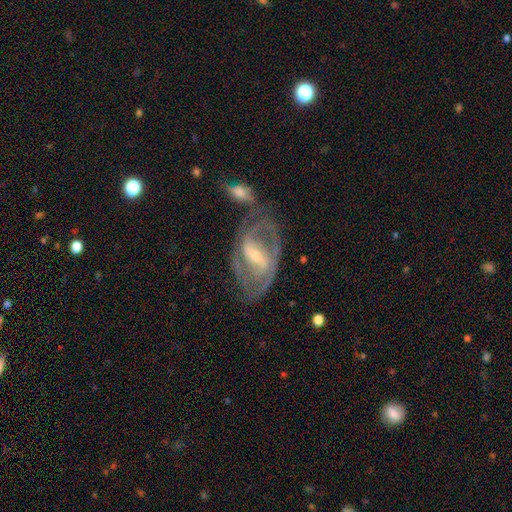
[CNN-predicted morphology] A featured or disk galaxy (84%) with a strong bar (48%), 2 (62%) medium (46%) spiral arms (88%) and a small central bulge (59%).

Vote fractions:
- Smooth or featured? featured or disk: 84% / smooth: 10% / star or artifact: 6%
- Edge-on disk? no: 95% / yes: 5%
- Bar? strong: 48% / weak: 38% / no: 14%
- Spiral arms? yes: 88% / no: 12%
- Spiral winding? medium: 46% / tight: 37% / loose: 17%
- Spiral arm count? 2: 62% / can't tell: 20% / 3: 9% / 1: 4% / 4: 3% / more than 4: 2%
- Bulge size? small: 59% / moderate: 35% / large: 3% / none: 2% / dominant: 1%
- Merging? none: 50% / minor disturbance: 20% / major disturbance: 17% / merger: 13%